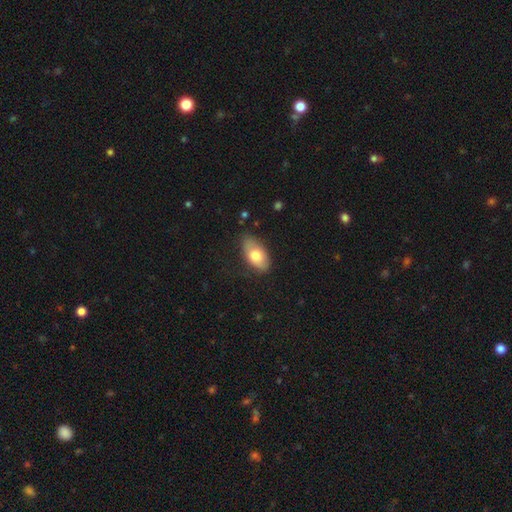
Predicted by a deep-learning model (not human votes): Smooth or featured? Predicted: smooth (p=0.73). How rounded? Predicted: in between (p=0.92). Merging? Predicted: none (p=0.72).